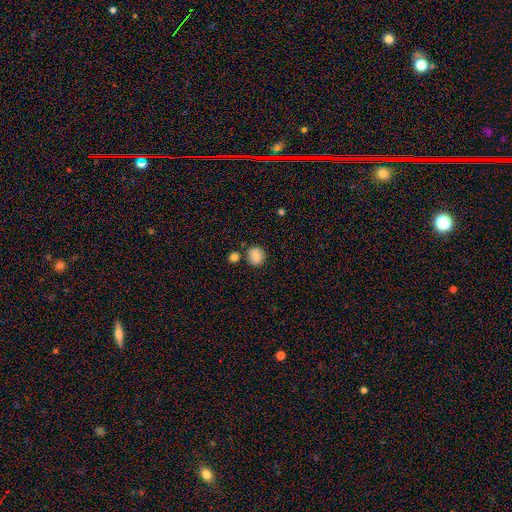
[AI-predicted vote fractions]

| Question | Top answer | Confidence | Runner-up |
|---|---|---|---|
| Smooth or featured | smooth | 84% | star or artifact (9%) |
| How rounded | round | 82% | in between (18%) |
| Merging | none | 74% | minor disturbance (13%) |